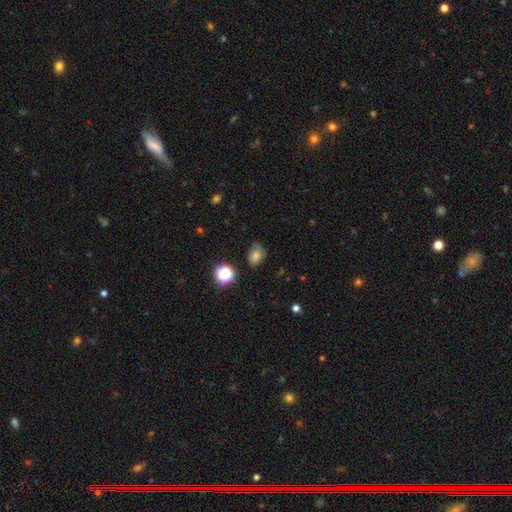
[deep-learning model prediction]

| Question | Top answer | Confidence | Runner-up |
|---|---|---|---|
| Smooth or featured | smooth | 55% | star or artifact (29%) |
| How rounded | in between | 53% | round (45%) |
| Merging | none | 69% | minor disturbance (20%) |